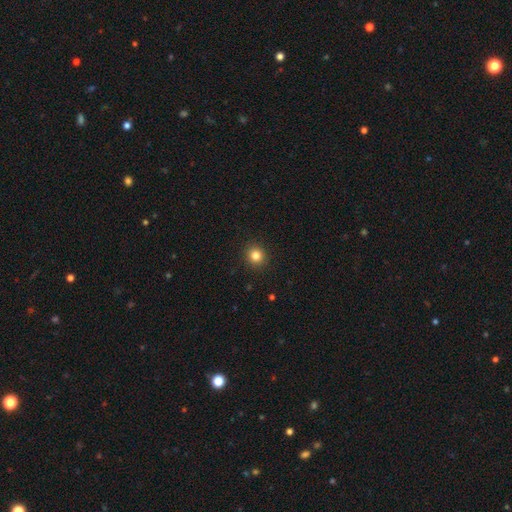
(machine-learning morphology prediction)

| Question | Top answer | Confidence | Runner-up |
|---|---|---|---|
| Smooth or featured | smooth | 83% | star or artifact (12%) |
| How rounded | round | 89% | in between (11%) |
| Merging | none | 92% | minor disturbance (5%) |